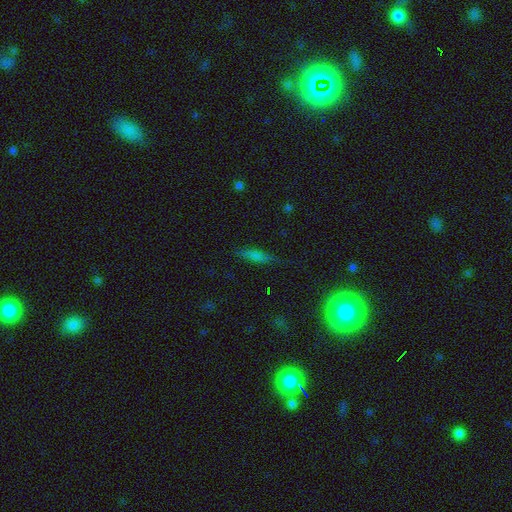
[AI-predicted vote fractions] smooth_or_featured: smooth (p=0.60) [alt: featured or disk p=0.26]
how_rounded: cigar-shaped (p=0.63) [alt: in between p=0.33]
merging: none (p=0.77) [alt: minor disturbance p=0.17]